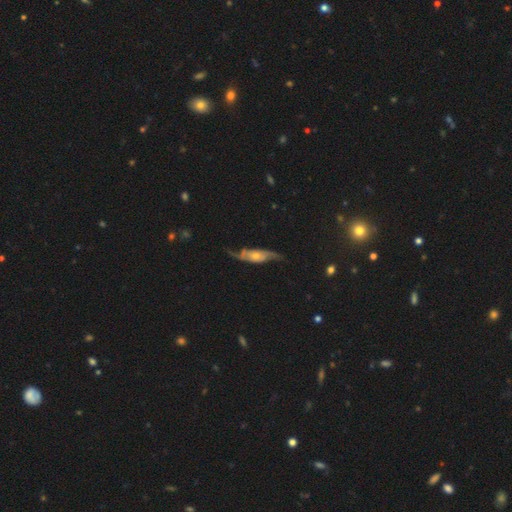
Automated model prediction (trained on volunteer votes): This appears to be a featured or disk galaxy (78%) with no bar (68%), 2 (86%) loose (54%) spiral arms (92%) and a small central bulge (48%). Merging: none (63%).